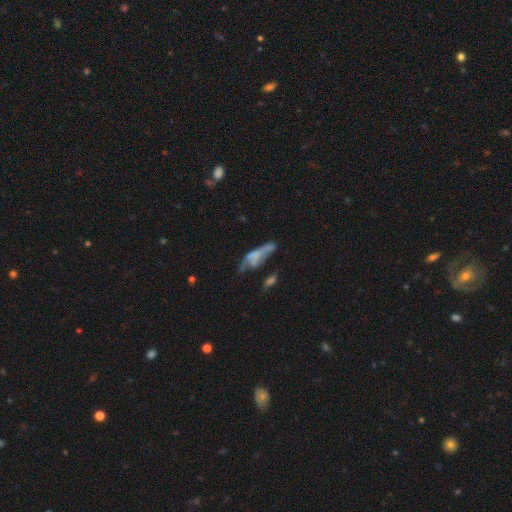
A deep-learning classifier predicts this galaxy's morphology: smooth-or-featured: smooth: 48% | featured or disk: 40% | star or artifact: 12%
  merging: major disturbance: 31% | none: 27% | minor disturbance: 21% | merger: 20%